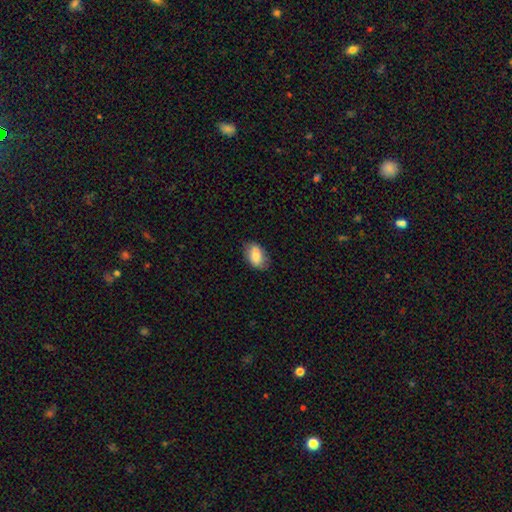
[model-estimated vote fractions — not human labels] Smooth or featured? smooth (82%)
How rounded? in between (90%)
Merging? none (80%)